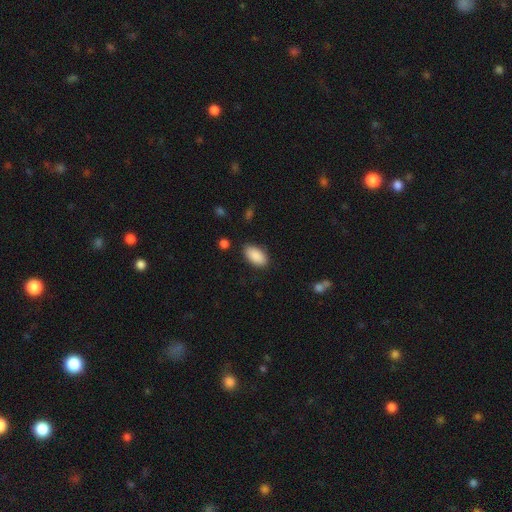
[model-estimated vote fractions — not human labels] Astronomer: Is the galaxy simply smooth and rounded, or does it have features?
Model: smooth — 90%.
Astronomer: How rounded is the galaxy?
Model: in between — 94%.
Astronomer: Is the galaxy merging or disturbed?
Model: none — 85%.